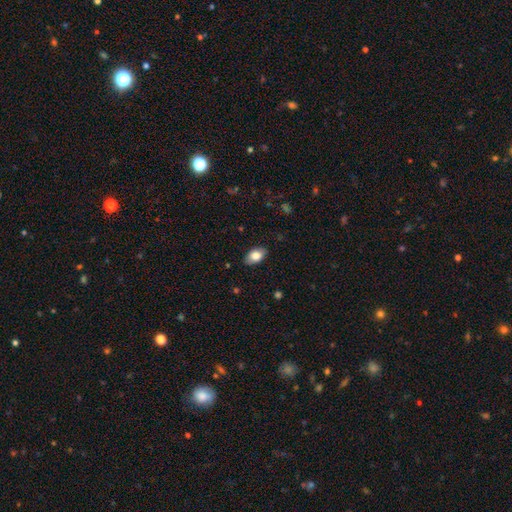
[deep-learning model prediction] Smooth or featured? smooth (81%)
How rounded? in between (91%)
Merging? none (85%)